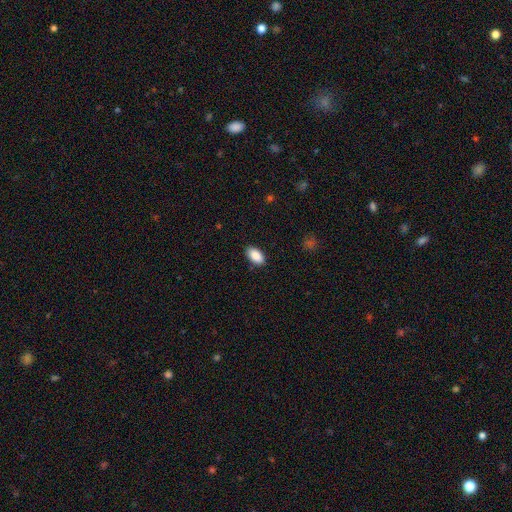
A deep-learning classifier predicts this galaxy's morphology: The model was most divided on "merging": none: 88%, minor disturbance: 9%, major disturbance: 2%, merger: 1%. More confident: how rounded — in between (94%); smooth or featured — smooth (89%).